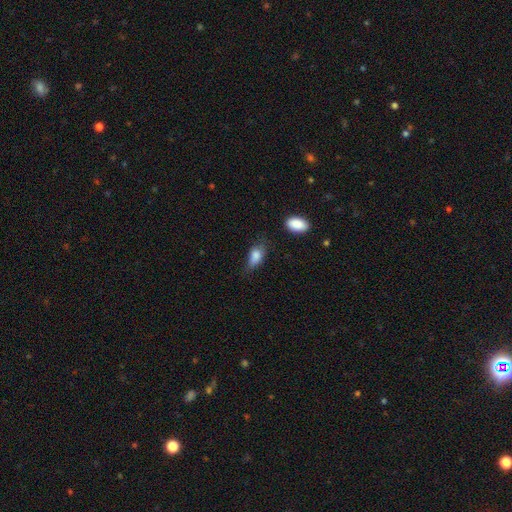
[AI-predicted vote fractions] Smooth or featured: smooth — 82% (featured or disk — 10%)
How rounded: in between — 84% (round — 9%)
Merging: none — 45% (minor disturbance — 38%)